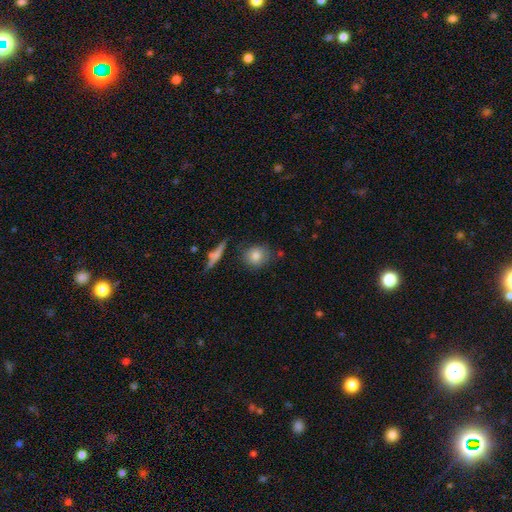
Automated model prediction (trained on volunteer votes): Overall: smooth (79%). How rounded: round (75%). Merging: none (77%).